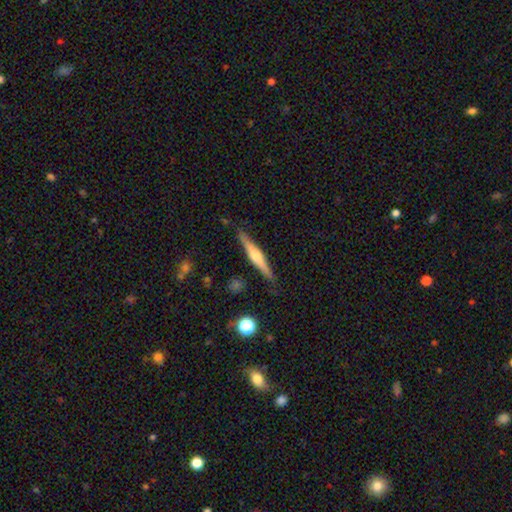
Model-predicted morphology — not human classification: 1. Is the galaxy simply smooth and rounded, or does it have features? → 67% featured or disk, 27% smooth, 6% star or artifact.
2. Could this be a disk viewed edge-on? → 97% yes, 3% no.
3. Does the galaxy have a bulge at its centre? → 86% rounded, 8% boxy, 6% none.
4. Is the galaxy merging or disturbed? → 87% none, 9% minor disturbance, 2% major disturbance, 2% merger.